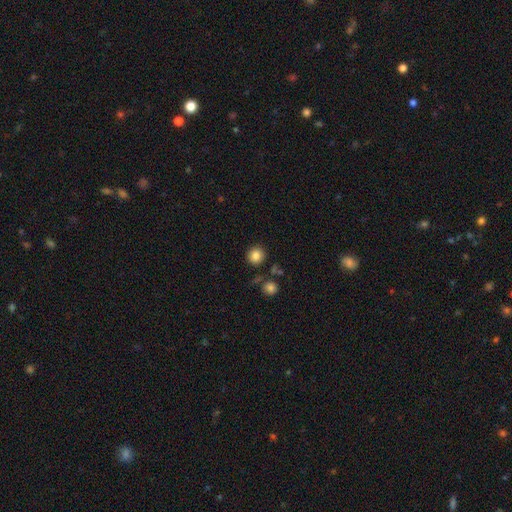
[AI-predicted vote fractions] smooth 84%, star or artifact 10%, featured or disk 5%. Down the decision tree: how rounded — round (91%); merging — none (85%).